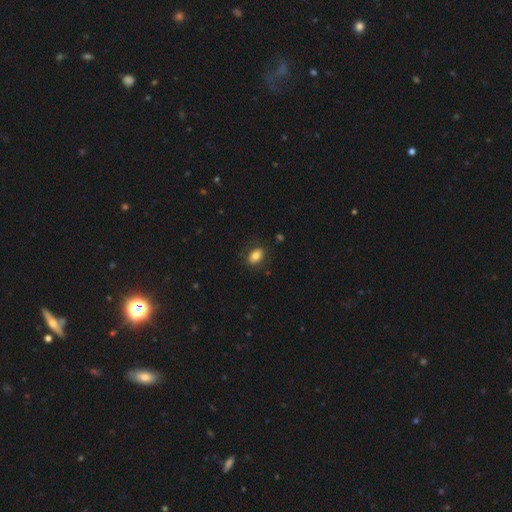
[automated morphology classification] type=smooth (81%); roundness=in between (84%); merging=none (83%).